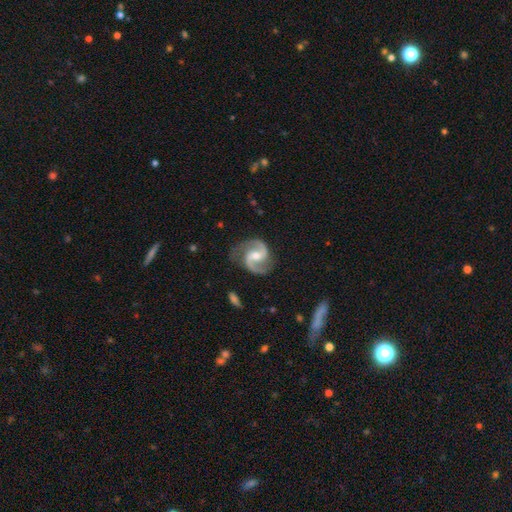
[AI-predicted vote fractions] Q: Smooth or featured?
A: featured or disk (93%); runner-up: star or artifact (4%)
Q: Edge-on disk?
A: no (98%); runner-up: yes (2%)
Q: Bar?
A: weak (48%); runner-up: no (34%)
Q: Spiral arms?
A: yes (98%); runner-up: no (2%)
Q: Spiral winding?
A: medium (61%); runner-up: loose (25%)
Q: Spiral arm count?
A: 2 (94%); runner-up: can't tell (1%)
Q: Bulge size?
A: moderate (60%); runner-up: small (33%)
Q: Merging?
A: none (80%); runner-up: minor disturbance (14%)